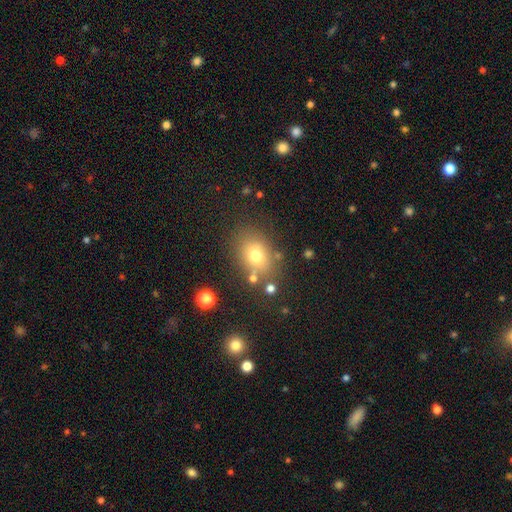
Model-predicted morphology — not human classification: Q: Smooth or featured?
A: smooth (71%); runner-up: star or artifact (15%)
Q: How rounded?
A: in between (56%); runner-up: round (43%)
Q: Merging?
A: none (74%); runner-up: minor disturbance (14%)